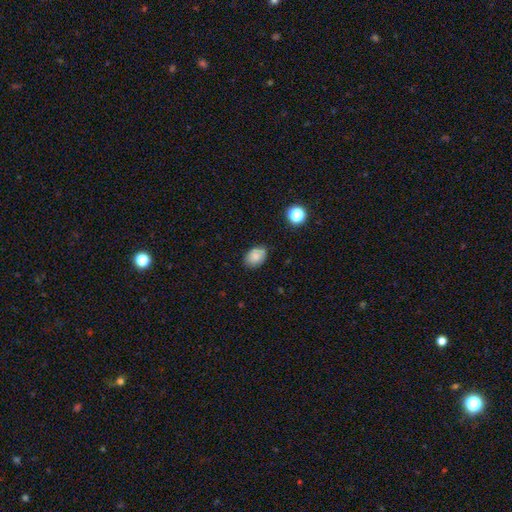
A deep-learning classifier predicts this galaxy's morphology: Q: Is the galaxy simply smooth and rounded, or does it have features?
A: smooth — 80%.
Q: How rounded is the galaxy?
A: in between — 78%.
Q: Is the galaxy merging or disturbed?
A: none — 79%.